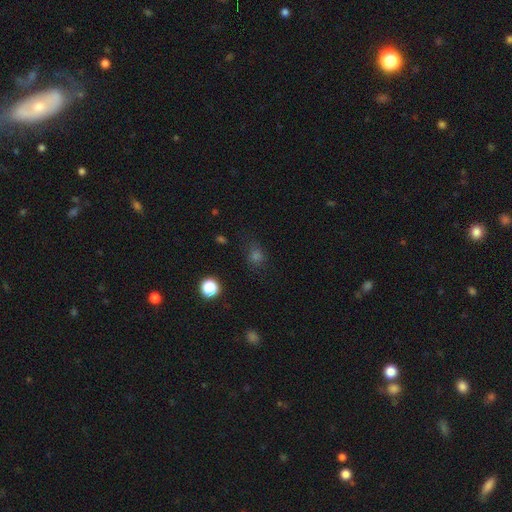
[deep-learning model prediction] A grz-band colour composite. It shows a smooth galaxy with no disk features (64%) that is round (72%). Merging: none (72%).